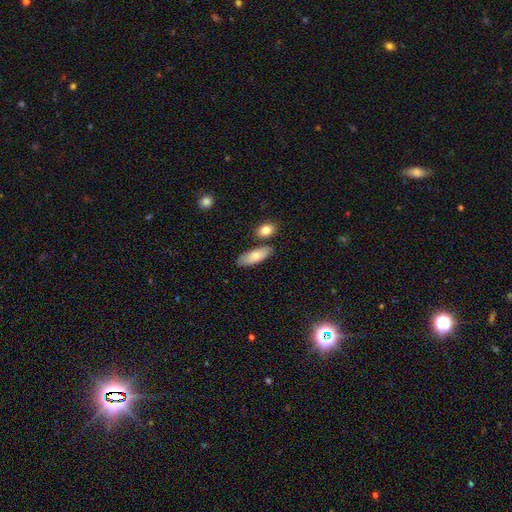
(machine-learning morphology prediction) A smooth galaxy with no disk features (76%) that is in between round and cigar-shaped (72%). Merging: none (75%).